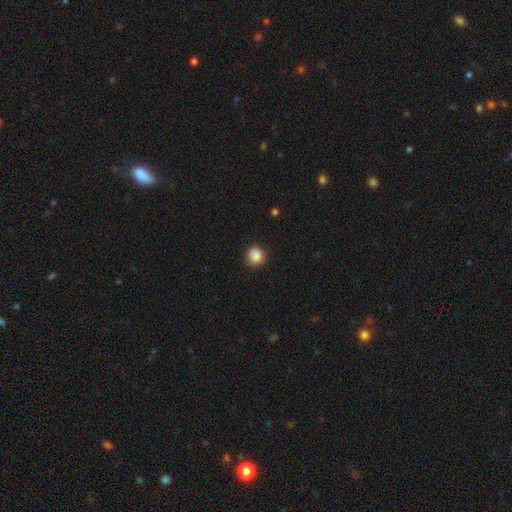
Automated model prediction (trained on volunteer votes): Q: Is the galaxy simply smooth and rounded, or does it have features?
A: smooth — 87%.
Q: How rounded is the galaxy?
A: round — 92%.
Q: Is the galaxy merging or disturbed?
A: none — 84%.